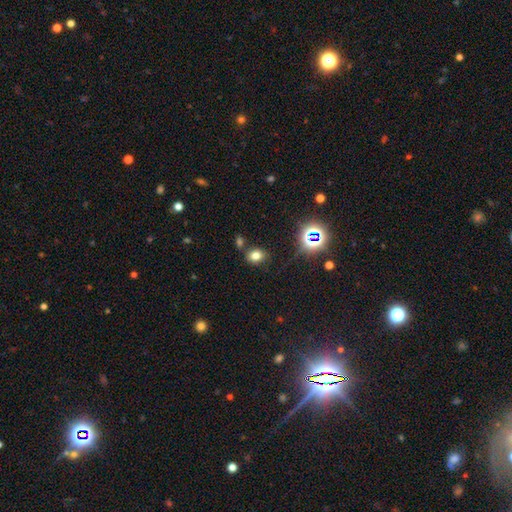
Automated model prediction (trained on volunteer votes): smooth_or_featured: smooth (p=0.72) [alt: star or artifact p=0.20]
how_rounded: in between (p=0.57) [alt: round p=0.42]
merging: none (p=0.76) [alt: minor disturbance p=0.11]